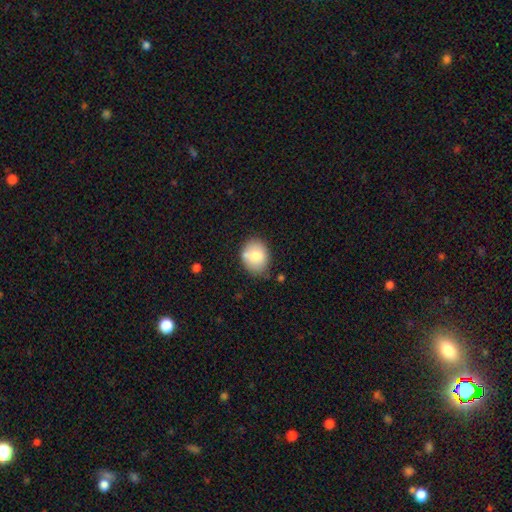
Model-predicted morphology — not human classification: Smooth or featured?
  - smooth: 78% *
  - featured or disk: 14%
  - star or artifact: 8%
How rounded?
  - in between: 52% *
  - round: 47%
  - cigar-shaped: 1%
Merging?
  - none: 68% *
  - minor disturbance: 21%
  - merger: 7%
  - major disturbance: 4%